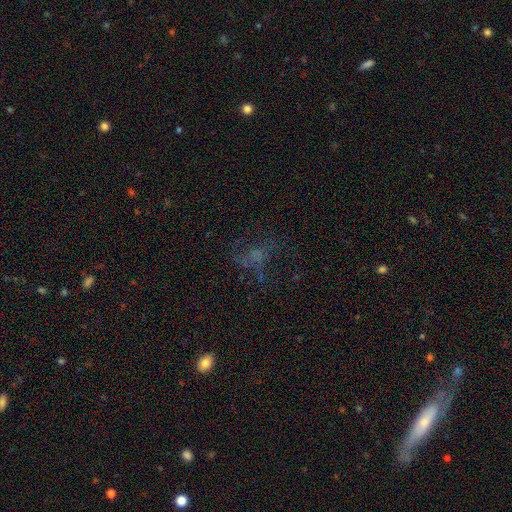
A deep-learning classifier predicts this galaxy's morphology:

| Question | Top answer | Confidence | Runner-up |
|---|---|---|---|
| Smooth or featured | featured or disk | 35% | smooth (34%) |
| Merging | none | 47% | major disturbance (34%) |